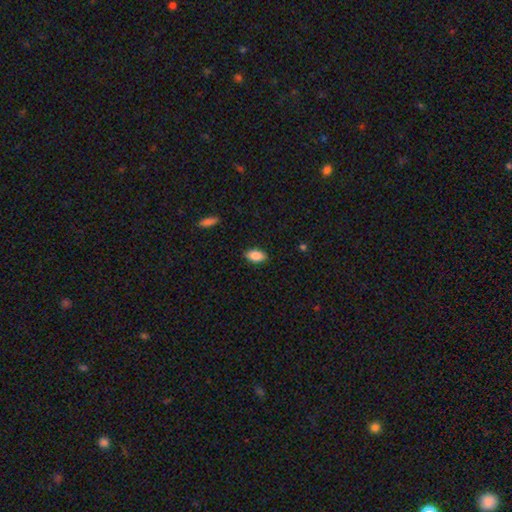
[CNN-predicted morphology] The model was most divided on "merging": none: 88%, minor disturbance: 9%, major disturbance: 2%, merger: 1%. More confident: how rounded — in between (92%); smooth or featured — smooth (86%).